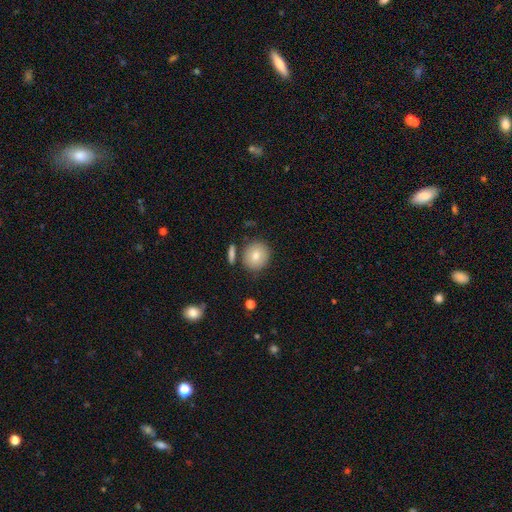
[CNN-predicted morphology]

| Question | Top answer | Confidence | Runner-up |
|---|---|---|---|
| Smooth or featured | smooth | 79% | featured or disk (12%) |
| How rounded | round | 84% | in between (14%) |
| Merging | none | 79% | minor disturbance (11%) |